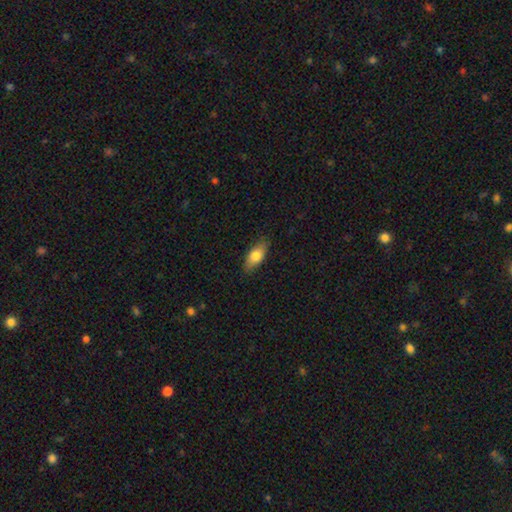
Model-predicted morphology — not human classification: Smooth or featured: smooth — 77% (featured or disk — 16%)
How rounded: in between — 84% (cigar-shaped — 13%)
Merging: none — 84% (minor disturbance — 12%)